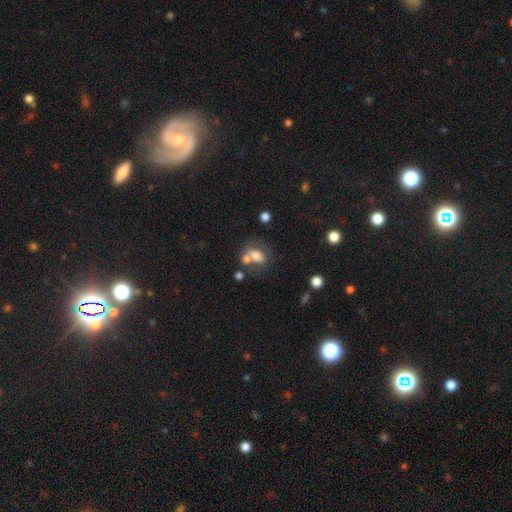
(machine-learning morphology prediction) smooth_or_featured: smooth (p=0.64) [alt: featured or disk p=0.25]
how_rounded: in between (p=0.69) [alt: round p=0.29]
merging: none (p=0.38) [alt: merger p=0.34]